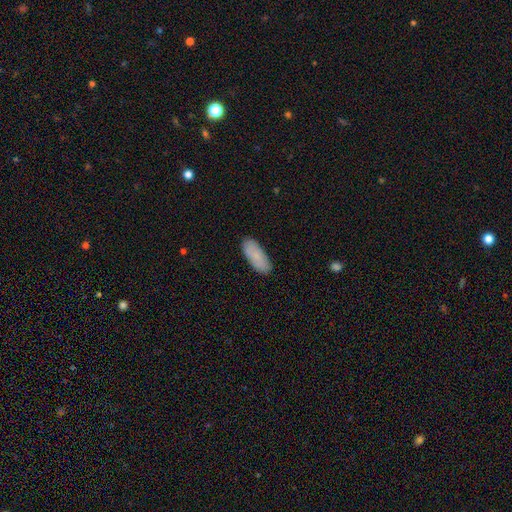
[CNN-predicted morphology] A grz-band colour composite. It shows a smooth galaxy with no disk features (80%) that is in between round and cigar-shaped (79%). Merging: none (87%).